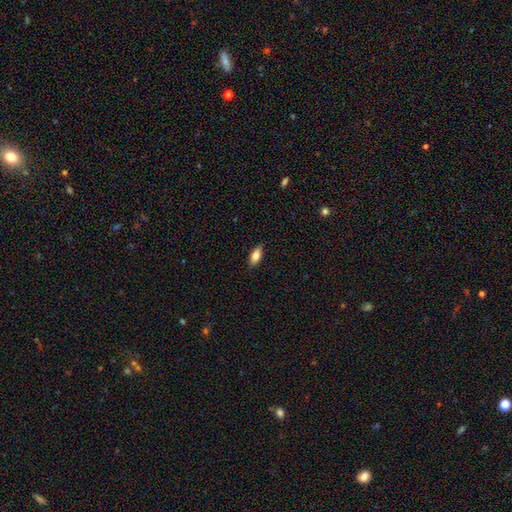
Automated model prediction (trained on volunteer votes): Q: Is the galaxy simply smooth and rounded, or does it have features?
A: smooth — 80%.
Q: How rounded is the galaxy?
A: in between — 86%.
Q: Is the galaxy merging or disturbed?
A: none — 87%.